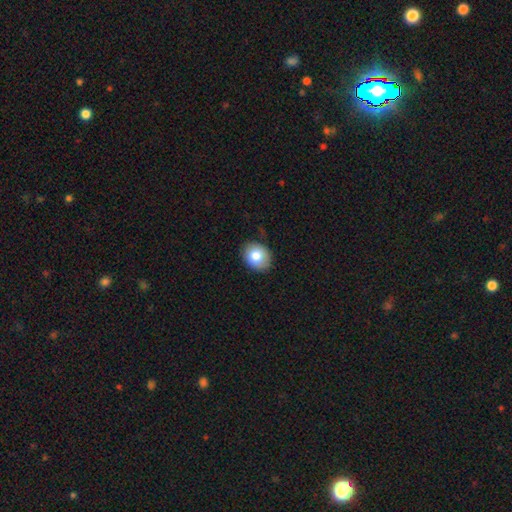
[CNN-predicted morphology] Smooth or featured? smooth (82%)
How rounded? round (51%)
Merging? none (85%)